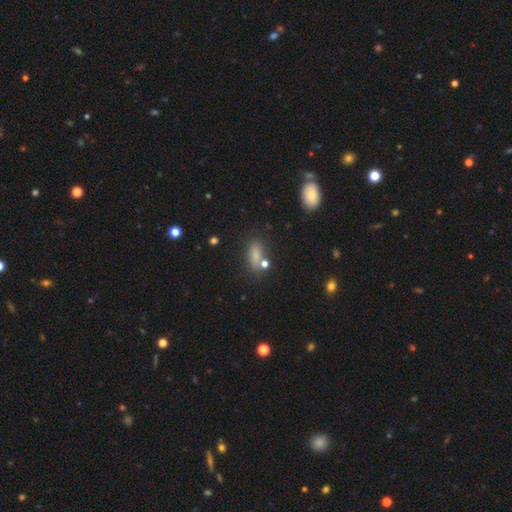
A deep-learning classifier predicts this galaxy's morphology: This is likely a smooth galaxy (77%). How rounded: likely in between (80%). Merging: likely none (65%).